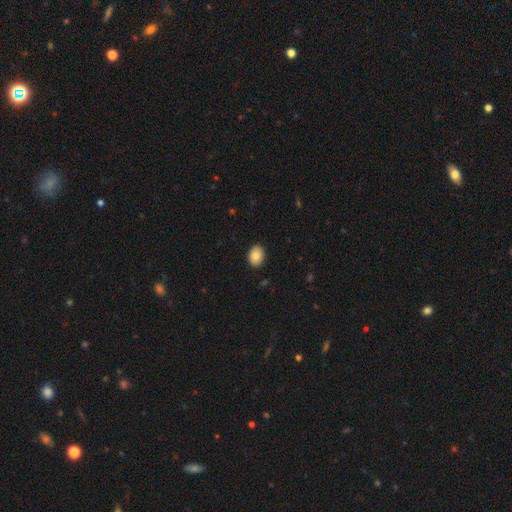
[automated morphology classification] Q: Smooth or featured?
A: smooth (86%); runner-up: star or artifact (8%)
Q: How rounded?
A: in between (72%); runner-up: round (27%)
Q: Merging?
A: none (89%); runner-up: minor disturbance (8%)